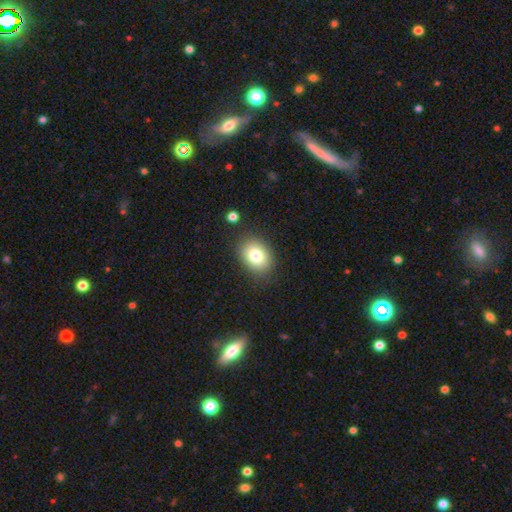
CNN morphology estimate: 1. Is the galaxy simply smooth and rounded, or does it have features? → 79% smooth, 10% featured or disk, 10% star or artifact.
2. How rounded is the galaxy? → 59% in between, 40% round, 1% cigar-shaped.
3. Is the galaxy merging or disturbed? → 84% none, 11% minor disturbance, 3% major disturbance, 2% merger.